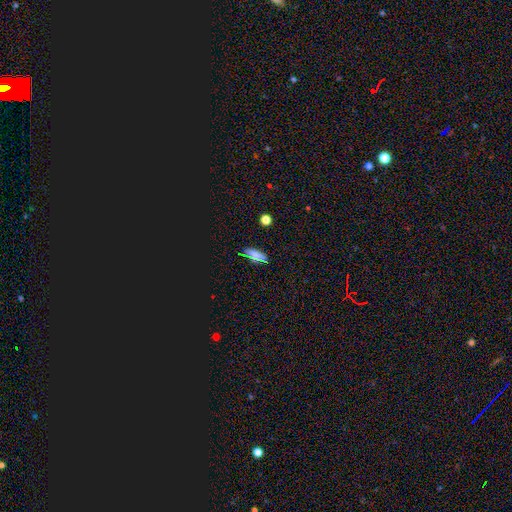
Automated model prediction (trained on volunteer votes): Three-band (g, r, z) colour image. It shows a smooth galaxy with no disk features (72%) that is in between round and cigar-shaped (82%). Merging: none (82%).